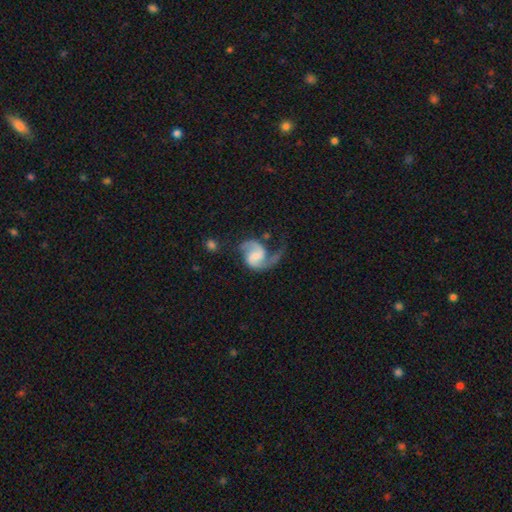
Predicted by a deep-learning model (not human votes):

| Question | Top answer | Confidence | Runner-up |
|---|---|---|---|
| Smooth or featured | featured or disk | 87% | smooth (8%) |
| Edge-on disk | no | 98% | yes (2%) |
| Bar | weak | 47% | no (39%) |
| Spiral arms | yes | 97% | no (3%) |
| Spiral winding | medium | 48% | loose (38%) |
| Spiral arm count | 2 | 83% | 1 (11%) |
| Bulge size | small | 43% | moderate (36%) |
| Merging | none | 49% | major disturbance (26%) |